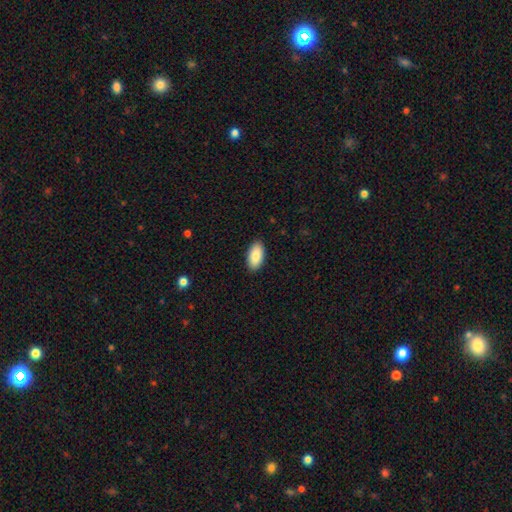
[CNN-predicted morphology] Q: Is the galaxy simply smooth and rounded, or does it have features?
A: smooth — 88%.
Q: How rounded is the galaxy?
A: in between — 95%.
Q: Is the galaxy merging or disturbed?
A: none — 90%.